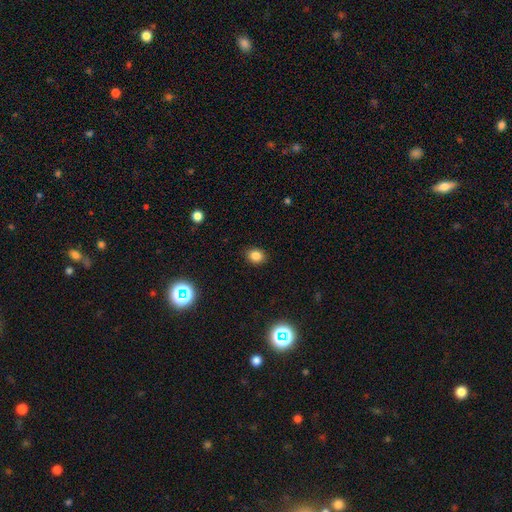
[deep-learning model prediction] smooth 82%, star or artifact 13%, featured or disk 5%. Down the decision tree: how rounded — round (56%); merging — none (89%).